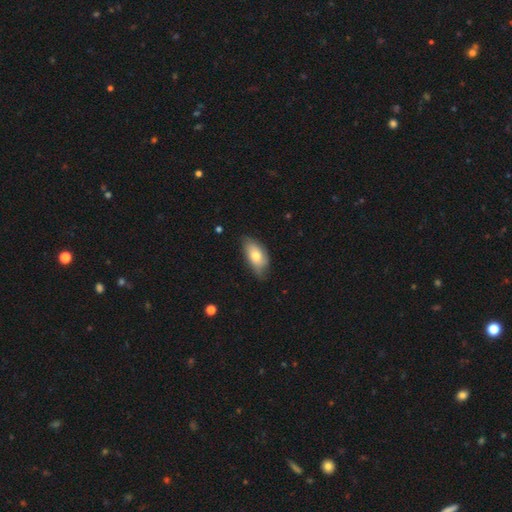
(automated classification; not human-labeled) The model was most divided on "merging": none: 62%, minor disturbance: 31%, major disturbance: 5%, merger: 1%. More confident: how rounded — in between (89%); smooth or featured — smooth (70%).